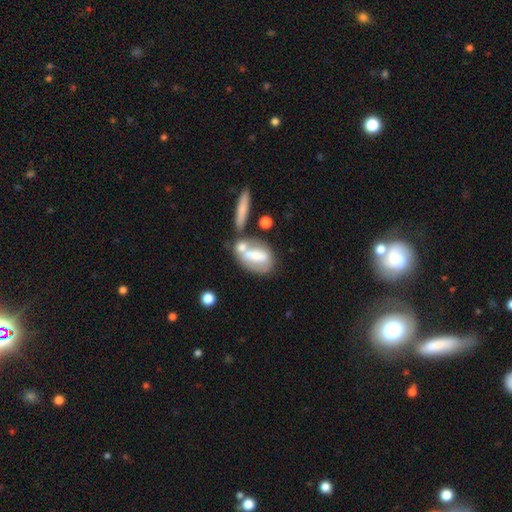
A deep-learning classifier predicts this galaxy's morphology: Smooth or featured? smooth (52%)
How rounded? in between (78%)
Merging? merger (43%)